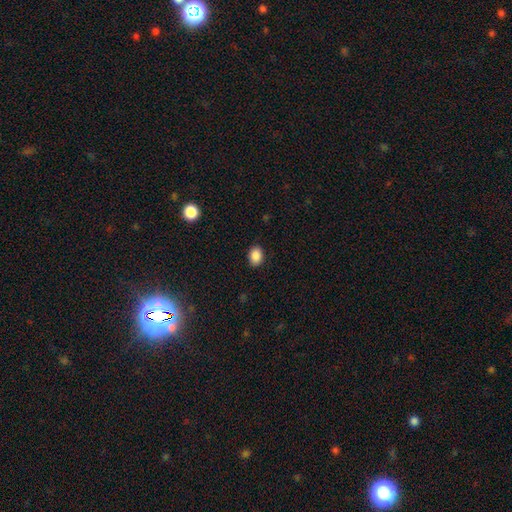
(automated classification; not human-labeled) Overall: smooth (88%). How rounded: in between (68%; round 31%). Merging: none (88%).